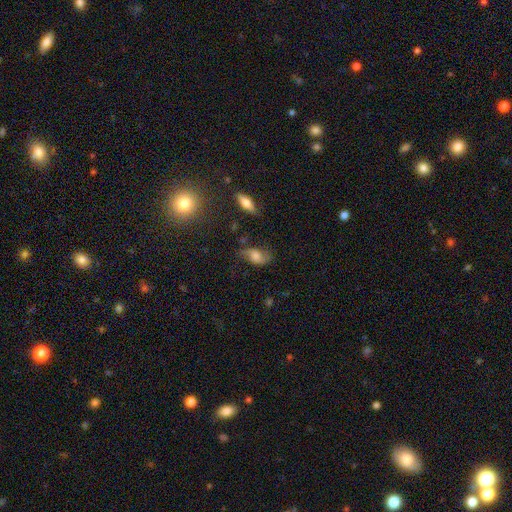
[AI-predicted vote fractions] Overall: featured or disk (51%; smooth 39%). Edge-on disk: no (90%). Merging: none (61%; minor disturbance 25%).